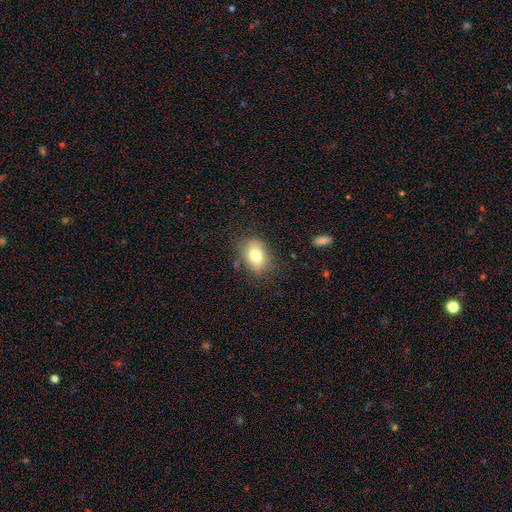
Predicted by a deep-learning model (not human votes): Smooth or featured?
  - smooth: 77% *
  - featured or disk: 13%
  - star or artifact: 10%
How rounded?
  - in between: 72% *
  - round: 27%
  - cigar-shaped: 1%
Merging?
  - none: 79% *
  - minor disturbance: 15%
  - major disturbance: 4%
  - merger: 2%